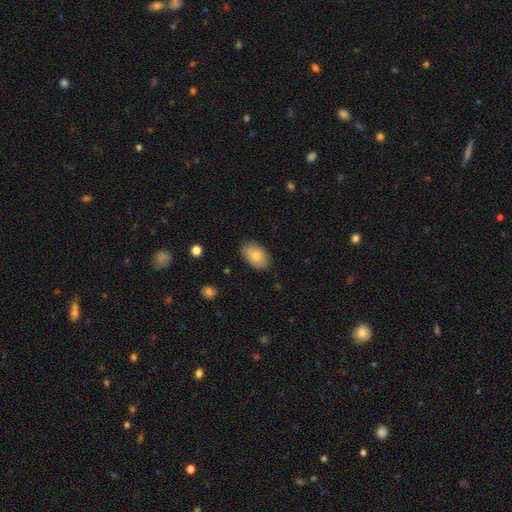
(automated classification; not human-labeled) Smooth or featured? Predicted: smooth (p=0.80). How rounded? Predicted: in between (p=0.90). Merging? Predicted: none (p=0.85).